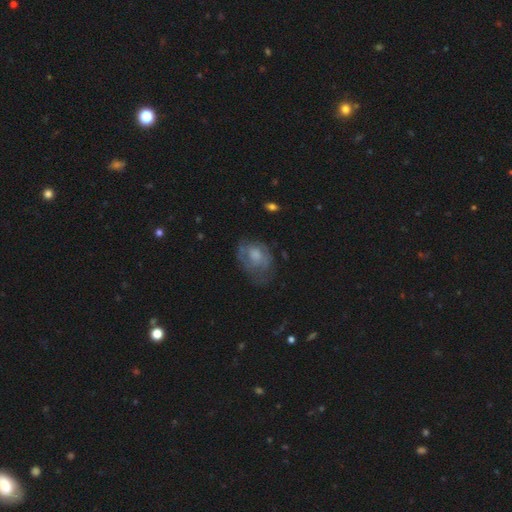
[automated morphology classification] A featured or disk galaxy (49%). Merging: none (49%).